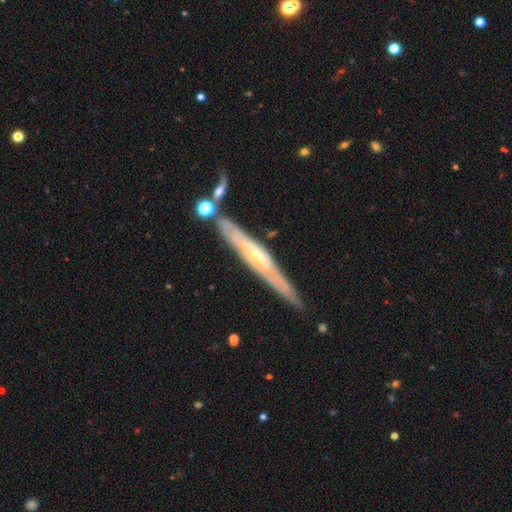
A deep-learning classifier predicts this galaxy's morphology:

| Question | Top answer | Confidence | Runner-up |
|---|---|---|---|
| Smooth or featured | featured or disk | 78% | smooth (16%) |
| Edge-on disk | yes | 78% | no (22%) |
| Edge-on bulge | rounded | 57% | none (39%) |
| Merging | none | 78% | minor disturbance (13%) |